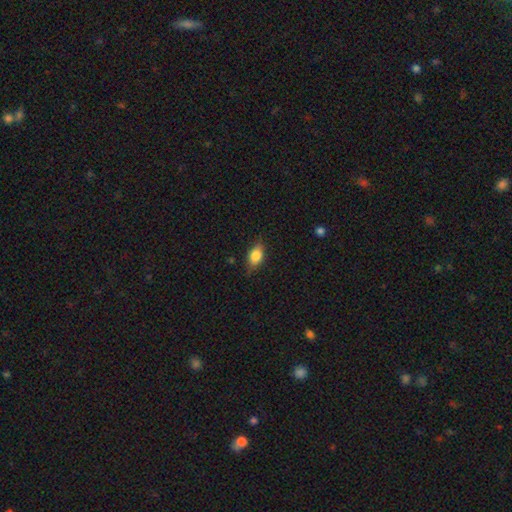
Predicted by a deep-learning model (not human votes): Q: Smooth or featured?
A: smooth (80%); runner-up: featured or disk (13%)
Q: How rounded?
A: in between (84%); runner-up: round (11%)
Q: Merging?
A: none (78%); runner-up: minor disturbance (18%)